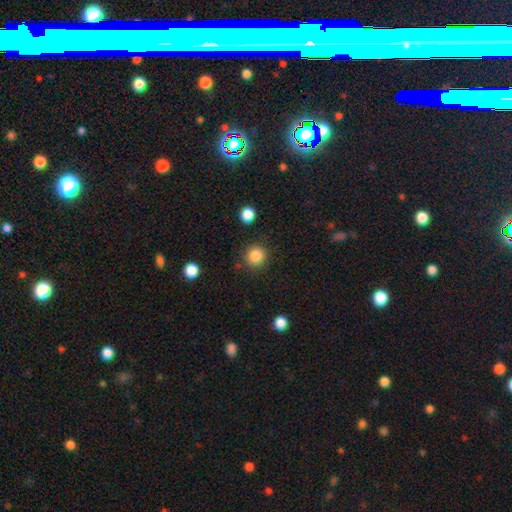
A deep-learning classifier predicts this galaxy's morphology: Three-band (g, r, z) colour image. It shows a smooth galaxy with no disk features (85%) that is round (93%). Merging: none (89%).